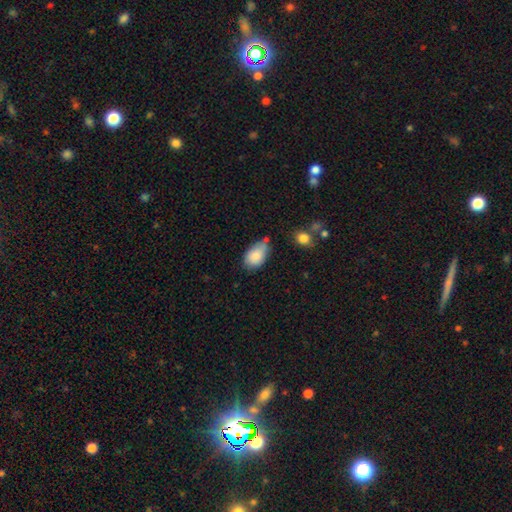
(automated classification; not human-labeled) This is clearly a smooth galaxy (84%). How rounded: clearly in between (89%). Merging: possibly none (48%).